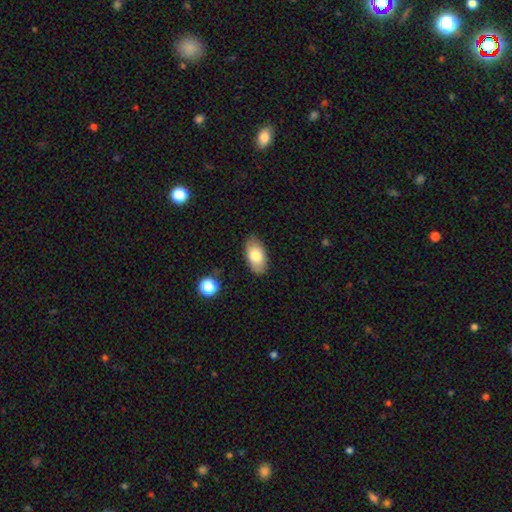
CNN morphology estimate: The model was most divided on "smooth or featured": smooth: 79%, featured or disk: 14%, star or artifact: 7%. More confident: how rounded — in between (94%); merging — none (85%).